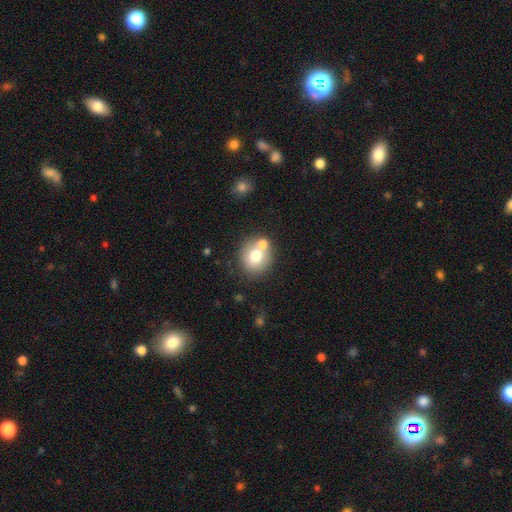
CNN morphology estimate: Smooth or featured: smooth — 71% (featured or disk — 18%)
How rounded: round — 76% (in between — 23%)
Merging: none — 59% (merger — 27%)